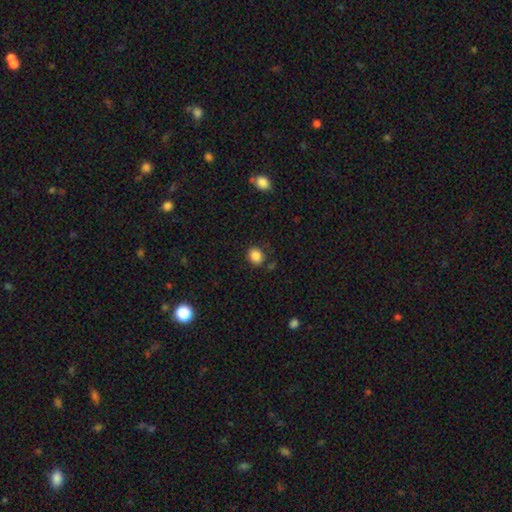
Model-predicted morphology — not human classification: type=smooth (86%); roundness=round (65%); merging=none (81%).